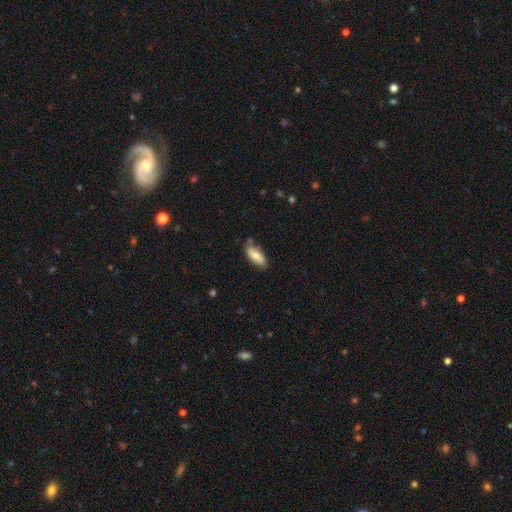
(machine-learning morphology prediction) Q: Smooth or featured?
A: smooth (68%); runner-up: featured or disk (25%)
Q: How rounded?
A: in between (79%); runner-up: cigar-shaped (19%)
Q: Merging?
A: none (66%); runner-up: minor disturbance (24%)